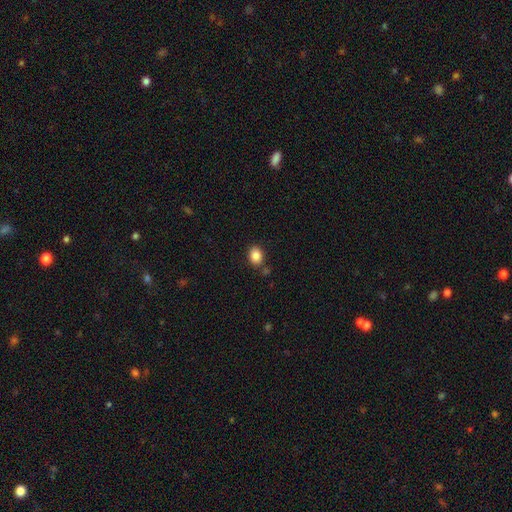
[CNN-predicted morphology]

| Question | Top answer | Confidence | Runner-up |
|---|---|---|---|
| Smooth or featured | smooth | 86% | star or artifact (9%) |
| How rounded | in between | 58% | round (41%) |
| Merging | none | 79% | minor disturbance (11%) |